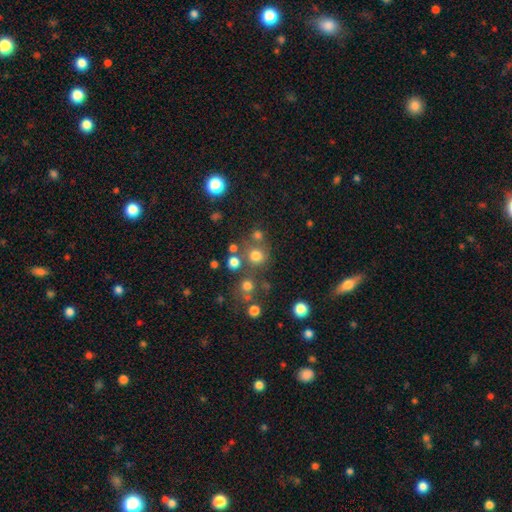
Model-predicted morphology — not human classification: This is likely a smooth galaxy (73%). How rounded: clearly round (91%). Merging: likely none (71%).